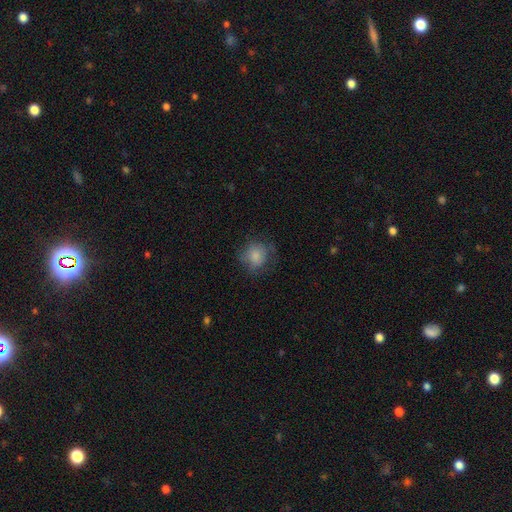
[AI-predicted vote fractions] Q: Smooth or featured?
A: smooth (77%); runner-up: featured or disk (14%)
Q: How rounded?
A: round (80%); runner-up: in between (19%)
Q: Merging?
A: none (61%); runner-up: minor disturbance (24%)